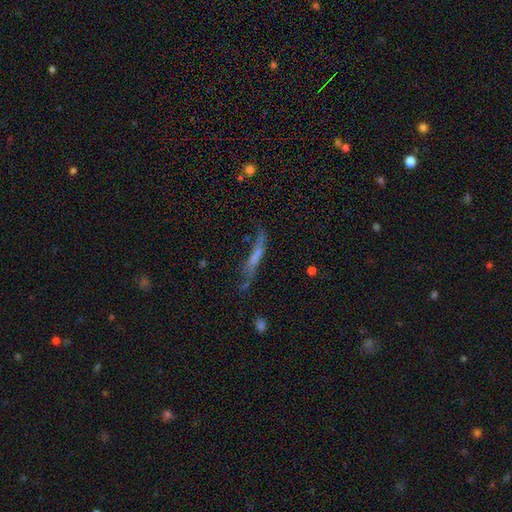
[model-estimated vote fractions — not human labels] Smooth or featured? smooth (47%)
Merging? none (50%)